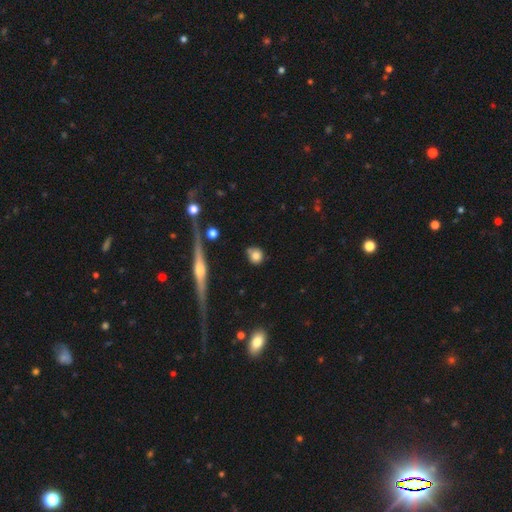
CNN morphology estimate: smooth 77%, featured or disk 13%, star or artifact 9%. Down the decision tree: how rounded — round (85%); merging — none (76%).